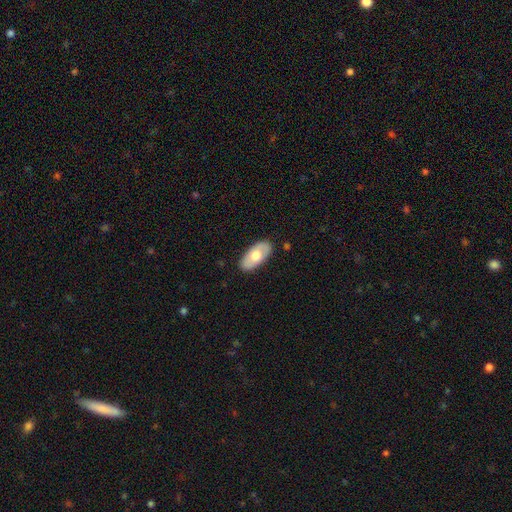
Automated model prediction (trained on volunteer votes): smooth 61%, featured or disk 34%, star or artifact 5%. Down the decision tree: how rounded — in between (93%); merging — none (86%).